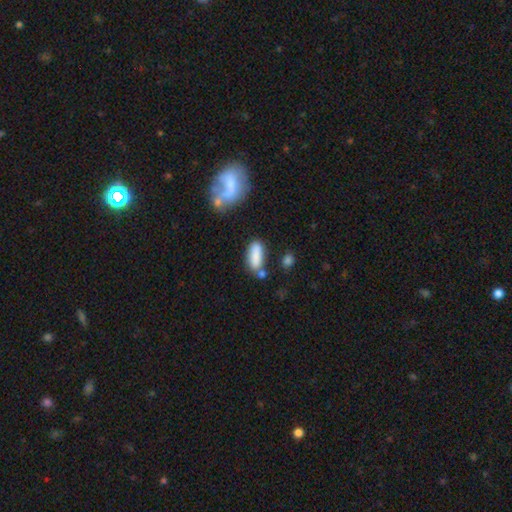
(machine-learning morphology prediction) smooth 84%, featured or disk 8%, star or artifact 8%. Down the decision tree: how rounded — in between (72%); merging — none (61%).